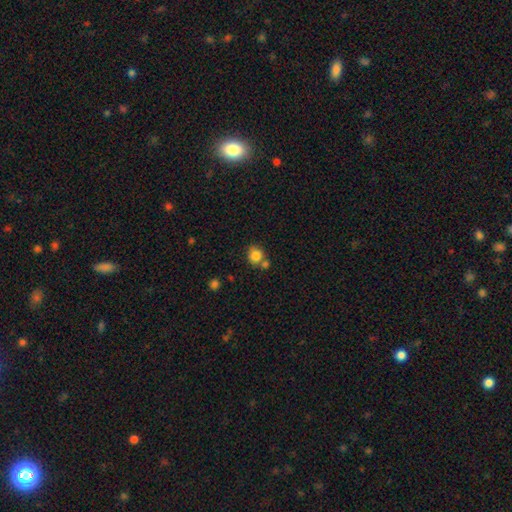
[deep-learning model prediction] Overall: smooth (84%). How rounded: round (79%). Merging: none (59%; merger 26%).